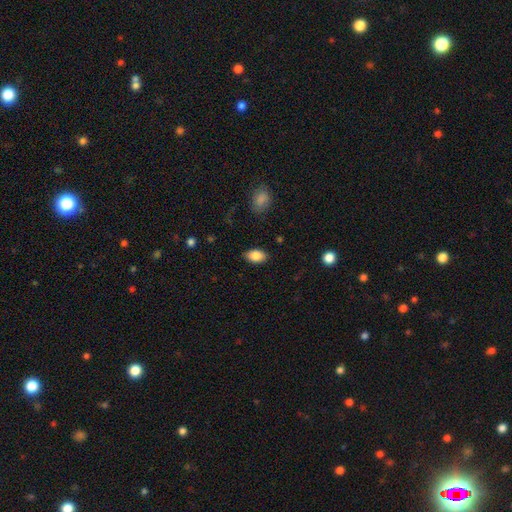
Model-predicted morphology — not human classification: Smooth or featured? Predicted: smooth (p=0.86). How rounded? Predicted: in between (p=0.89). Merging? Predicted: none (p=0.86).